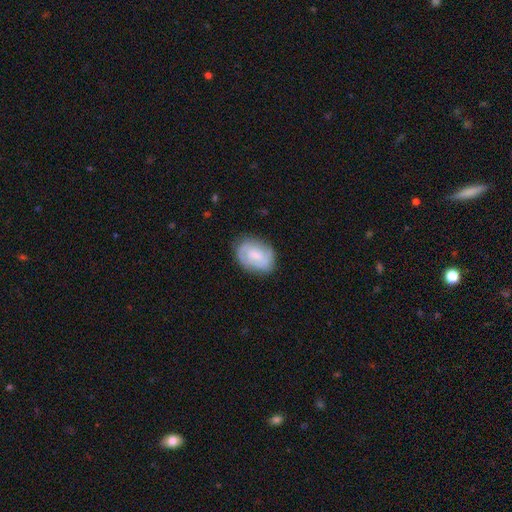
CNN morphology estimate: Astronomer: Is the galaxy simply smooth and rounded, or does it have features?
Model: featured or disk — 69%.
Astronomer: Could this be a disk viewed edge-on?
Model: no — 97%.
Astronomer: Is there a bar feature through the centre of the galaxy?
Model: weak — 50% (runner-up: no, 40%).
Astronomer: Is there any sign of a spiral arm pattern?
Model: yes — 89%.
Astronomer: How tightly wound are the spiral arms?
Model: tight — 54% (runner-up: medium, 35%).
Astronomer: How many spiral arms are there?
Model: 2 — 54%.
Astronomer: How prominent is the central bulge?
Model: small — 49% (runner-up: moderate, 30%).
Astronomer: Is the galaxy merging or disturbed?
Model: none — 76%.